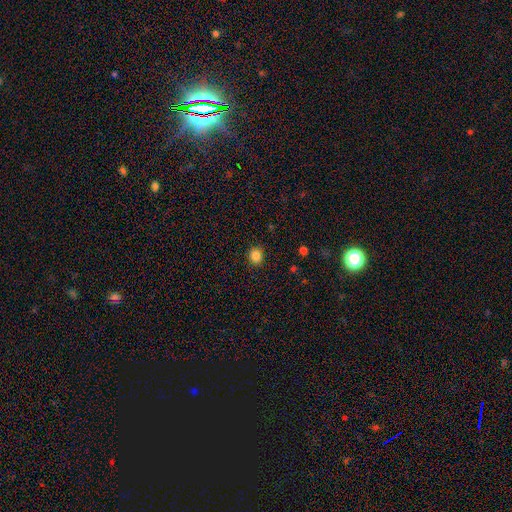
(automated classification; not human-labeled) Smooth or featured: smooth — 85% (star or artifact — 11%)
How rounded: round — 78% (in between — 21%)
Merging: none — 90% (minor disturbance — 7%)